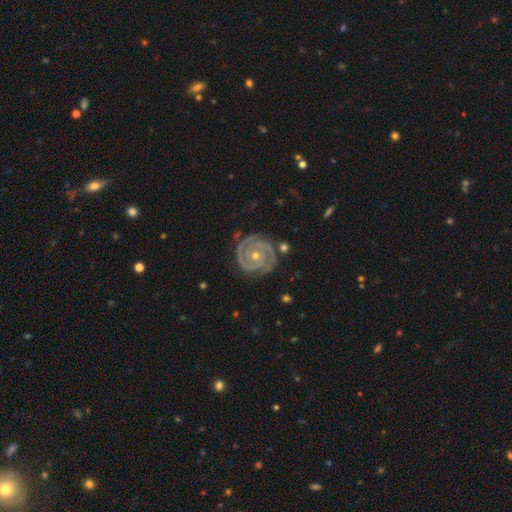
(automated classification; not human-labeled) Smooth or featured: featured or disk — 92% (star or artifact — 5%)
Edge-on disk: no — 98% (yes — 2%)
Bar: no — 74% (weak — 18%)
Spiral arms: yes — 98% (no — 2%)
Spiral winding: tight — 82% (medium — 16%)
Spiral arm count: 2 — 77% (3 — 12%)
Bulge size: small — 56% (moderate — 42%)
Merging: none — 82% (minor disturbance — 13%)